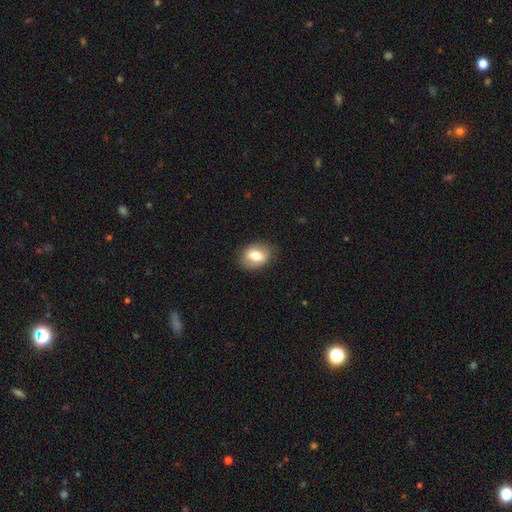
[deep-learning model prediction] This is likely a smooth galaxy (71%). How rounded: likely in between (68%). Merging: clearly none (85%).